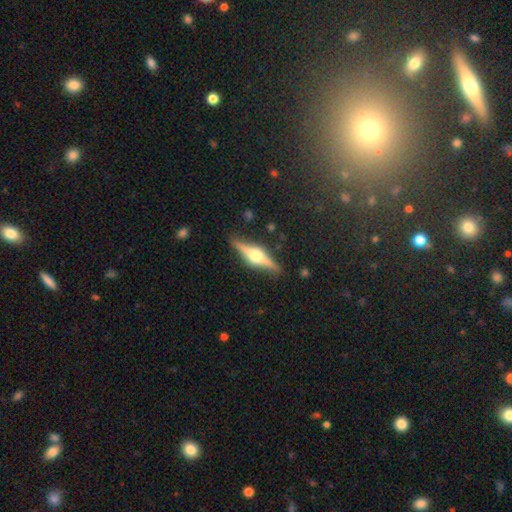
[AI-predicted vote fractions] Morphology: type=featured or disk (75%); edge-on=yes (97%); edge-on bulge=rounded (94%); merging=none (87%).